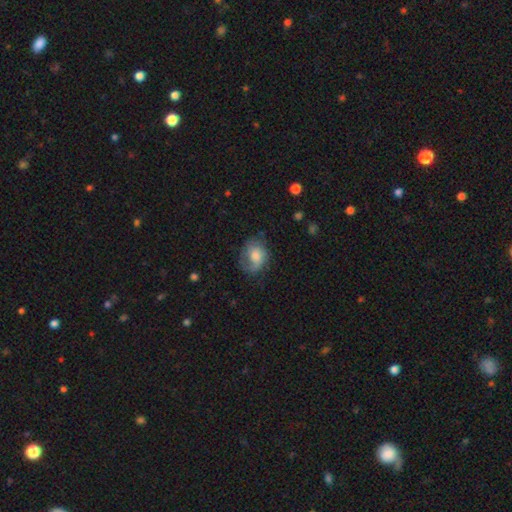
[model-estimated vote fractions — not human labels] smooth_or_featured: smooth (p=0.48) [alt: featured or disk p=0.43]
merging: none (p=0.55) [alt: minor disturbance p=0.26]